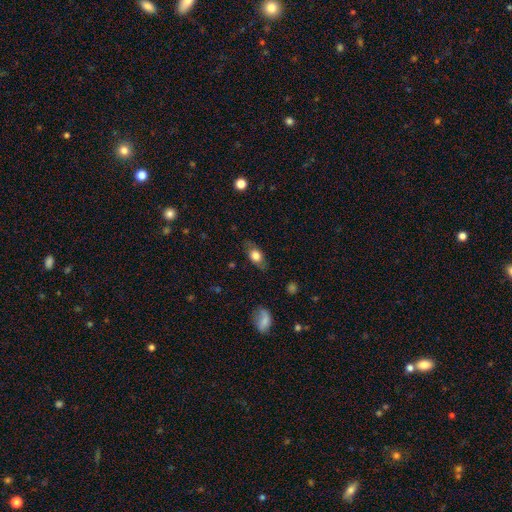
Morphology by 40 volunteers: Smooth or featured? smooth (68%)
How rounded? in between (85%)
Merging? none (73%)